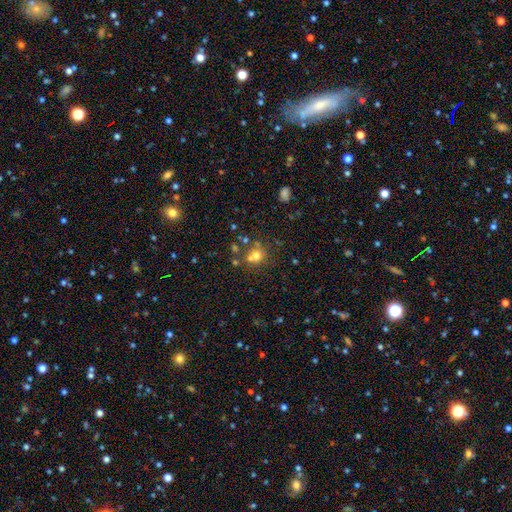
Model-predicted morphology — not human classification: This appears to be a smooth galaxy with no disk features (66%) that is round (80%). Merging: none (54%).